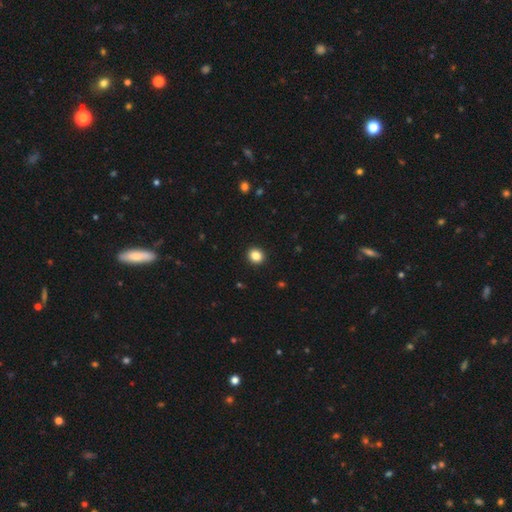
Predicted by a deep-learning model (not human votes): This appears to be a smooth galaxy with no disk features (85%) that is round (80%). Merging: none (93%).